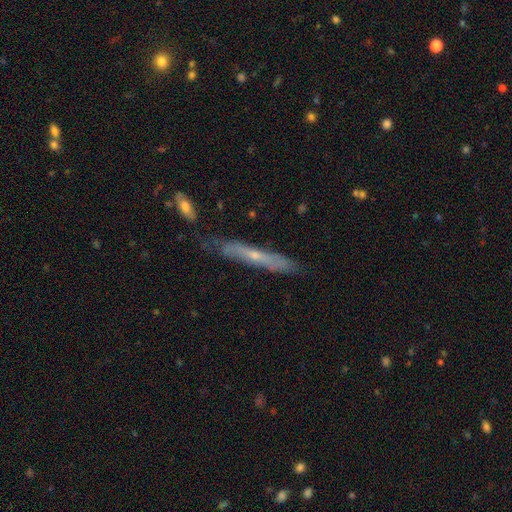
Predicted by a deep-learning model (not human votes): A featured or disk galaxy (60%) viewed edge-on (80%). Merging: none (74%).